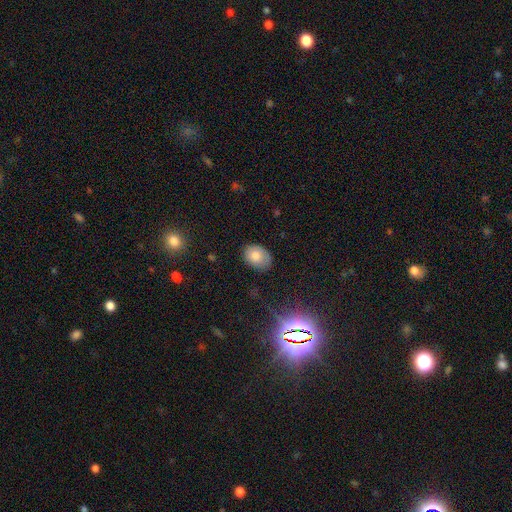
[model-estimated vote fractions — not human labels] A smooth galaxy with no disk features (79%) that is in between round and cigar-shaped (74%). Merging: none (78%).